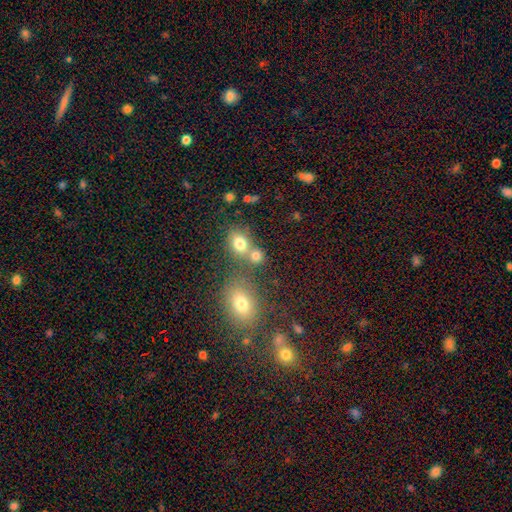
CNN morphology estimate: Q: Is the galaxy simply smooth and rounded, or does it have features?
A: smooth — 76%.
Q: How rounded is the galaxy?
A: round — 64%.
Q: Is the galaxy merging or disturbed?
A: none — 50%.